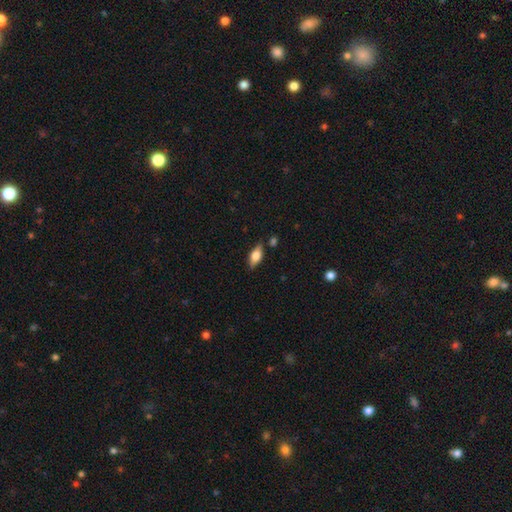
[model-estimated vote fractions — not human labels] Smooth or featured? Predicted: smooth (p=0.62). How rounded? Predicted: in between (p=0.81). Merging? Predicted: none (p=0.79).